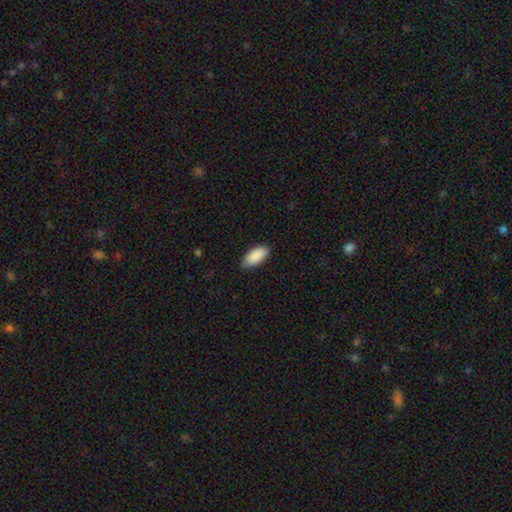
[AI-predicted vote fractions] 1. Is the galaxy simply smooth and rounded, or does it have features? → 90% smooth, 6% star or artifact, 4% featured or disk.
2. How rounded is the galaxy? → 92% in between, 7% cigar-shaped, 2% round.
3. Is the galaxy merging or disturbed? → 82% none, 15% minor disturbance, 2% major disturbance, 1% merger.